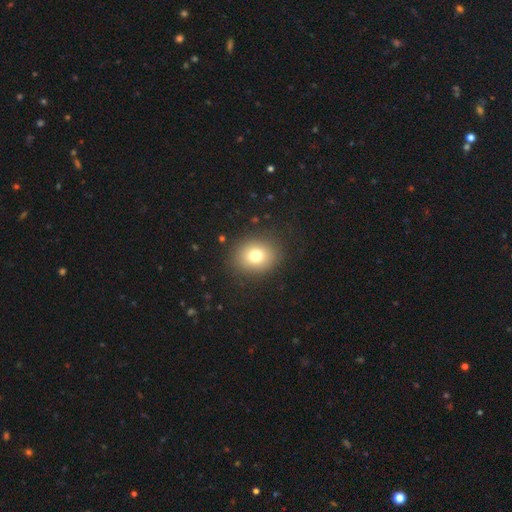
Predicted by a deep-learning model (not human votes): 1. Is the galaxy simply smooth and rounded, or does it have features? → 76% smooth, 12% star or artifact, 12% featured or disk.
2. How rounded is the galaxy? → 65% round, 34% in between, 1% cigar-shaped.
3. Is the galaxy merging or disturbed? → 87% none, 8% minor disturbance, 4% major disturbance, 1% merger.